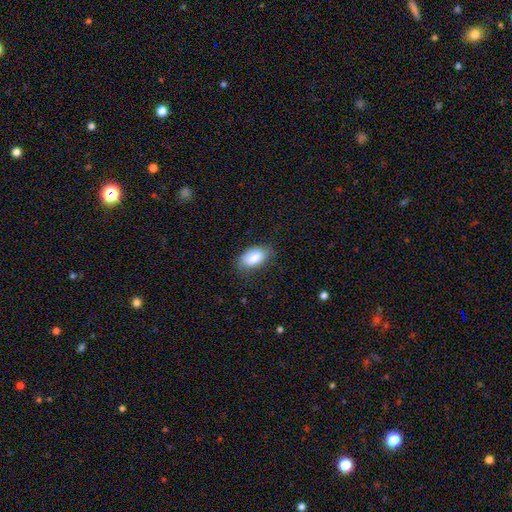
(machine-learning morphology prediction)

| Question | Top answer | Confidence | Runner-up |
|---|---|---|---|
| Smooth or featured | smooth | 83% | featured or disk (10%) |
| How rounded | in between | 93% | round (5%) |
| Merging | none | 71% | minor disturbance (23%) |